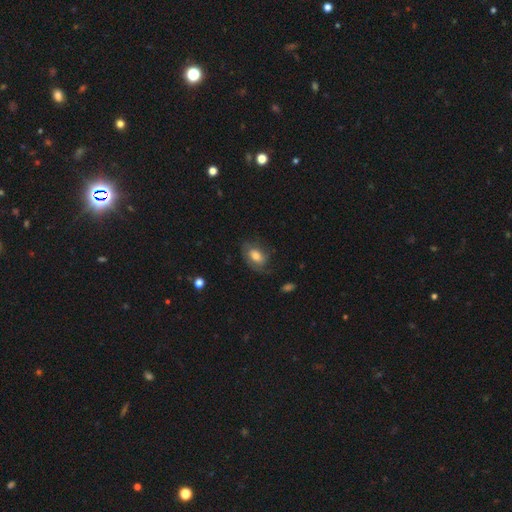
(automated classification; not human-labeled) The model was most divided on "smooth or featured": smooth: 56%, featured or disk: 36%, star or artifact: 8%. More confident: how rounded — in between (85%); merging — none (62%).